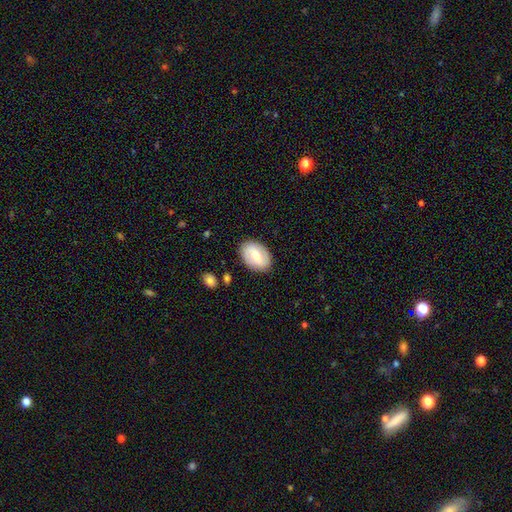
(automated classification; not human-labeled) Overall: featured or disk (52%; smooth 42%). Edge-on disk: no (95%). Merging: none (86%).